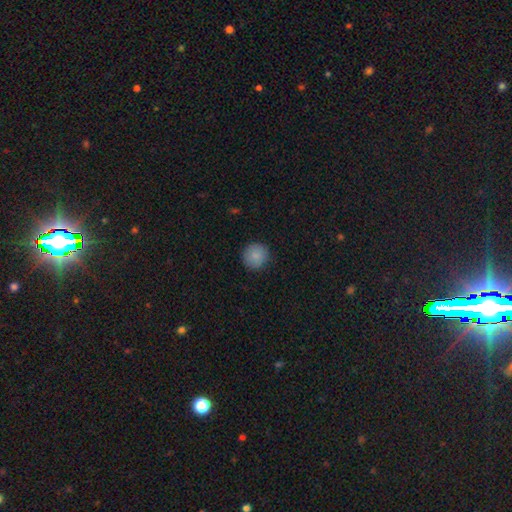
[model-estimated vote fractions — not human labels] This appears to be a smooth galaxy with no disk features (88%) that is round (94%). Merging: none (90%).